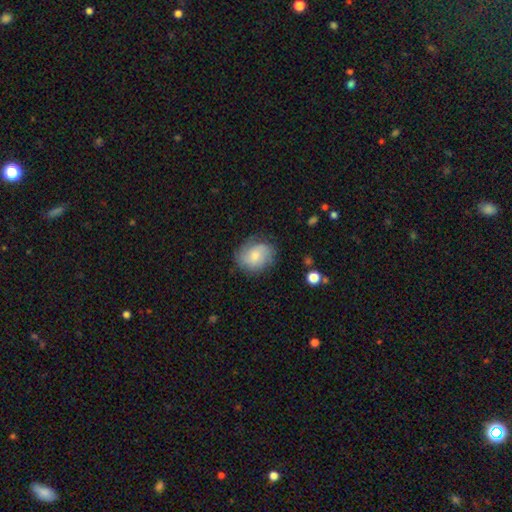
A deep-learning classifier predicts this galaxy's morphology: Smooth or featured?
  - smooth: 55% *
  - featured or disk: 37%
  - star or artifact: 8%
How rounded?
  - round: 53% *
  - in between: 46%
  - cigar-shaped: 1%
Merging?
  - none: 70% *
  - minor disturbance: 21%
  - major disturbance: 7%
  - merger: 1%